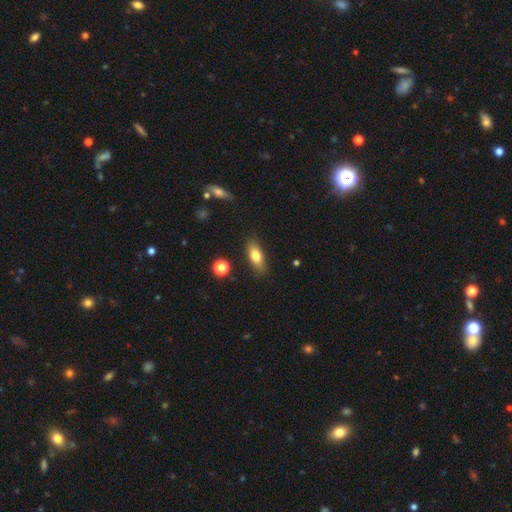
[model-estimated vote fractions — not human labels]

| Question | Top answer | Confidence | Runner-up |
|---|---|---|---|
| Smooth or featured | smooth | 74% | featured or disk (18%) |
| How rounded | in between | 72% | cigar-shaped (24%) |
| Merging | none | 84% | minor disturbance (11%) |